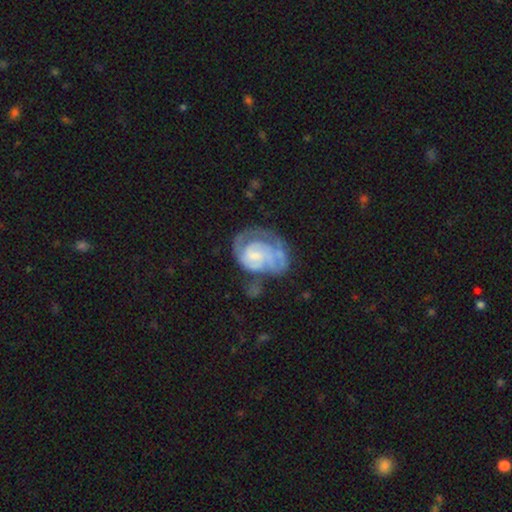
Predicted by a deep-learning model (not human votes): A featured or disk galaxy (79%) with no bar (57%), 2 (40%) tight (60%) spiral arms (90%) and a small central bulge (56%). Merging: none (38%).